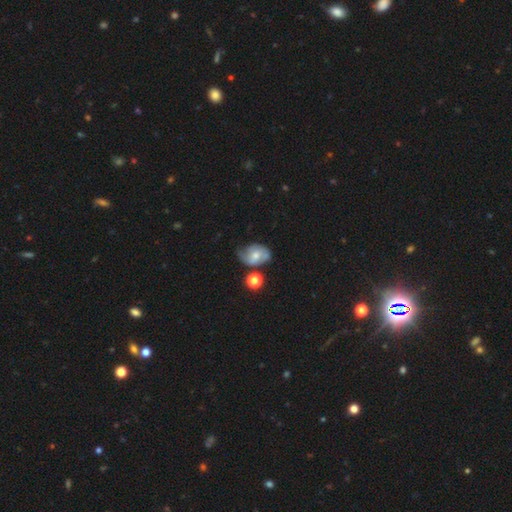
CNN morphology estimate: A featured or disk galaxy (52%). Merging: none (47%).